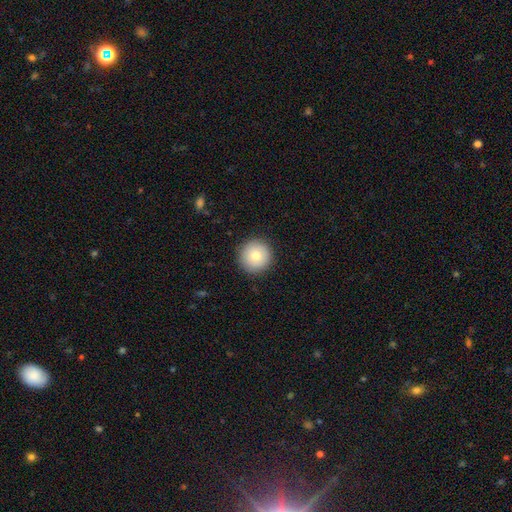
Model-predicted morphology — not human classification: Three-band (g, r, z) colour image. It shows a smooth galaxy with no disk features (79%) that is round (96%). Merging: none (91%).